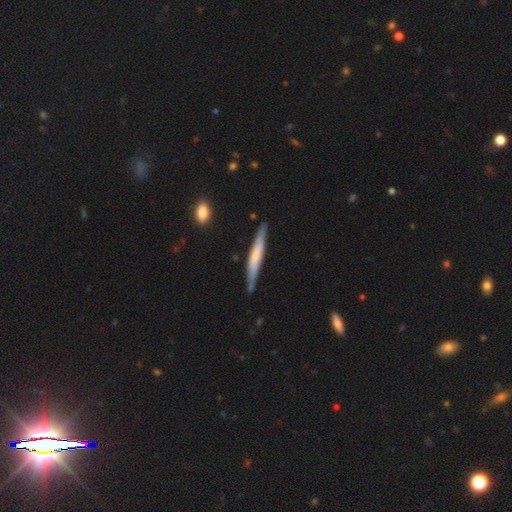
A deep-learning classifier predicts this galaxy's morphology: A smooth galaxy with no disk features (49%).

Vote fractions:
- Smooth or featured? smooth: 49% / featured or disk: 46% / star or artifact: 5%
- Merging? none: 81% / minor disturbance: 14% / merger: 2% / major disturbance: 2%